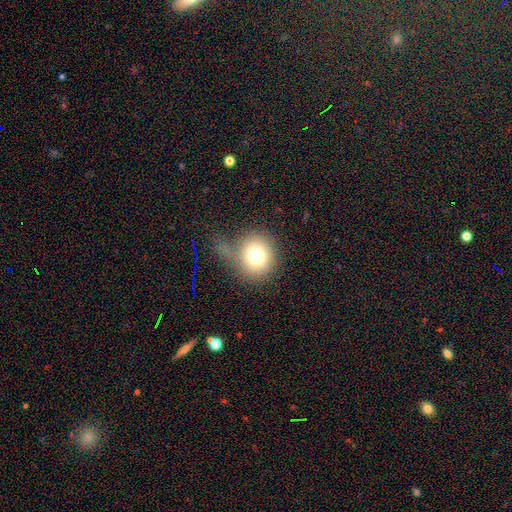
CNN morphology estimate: Smooth or featured? smooth (75%)
How rounded? round (84%)
Merging? none (52%)